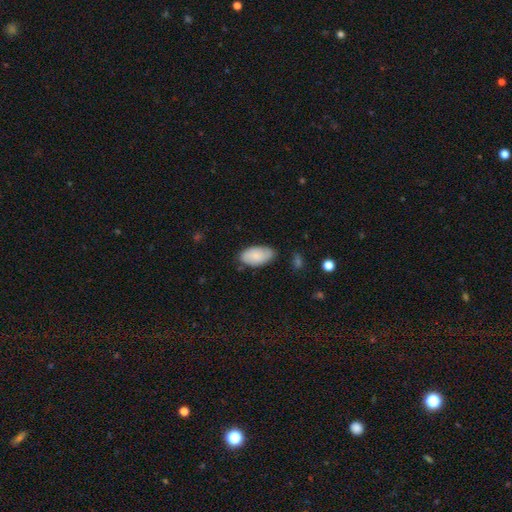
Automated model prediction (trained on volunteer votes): smooth_or_featured: smooth (p=0.79) [alt: featured or disk p=0.15]
how_rounded: in between (p=0.95) [alt: round p=0.03]
merging: none (p=0.76) [alt: minor disturbance p=0.19]